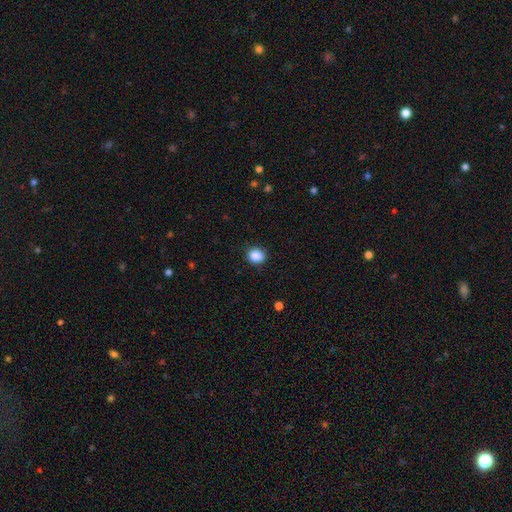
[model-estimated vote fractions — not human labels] Smooth or featured: smooth — 88% (star or artifact — 9%)
How rounded: round — 77% (in between — 22%)
Merging: none — 88% (minor disturbance — 8%)